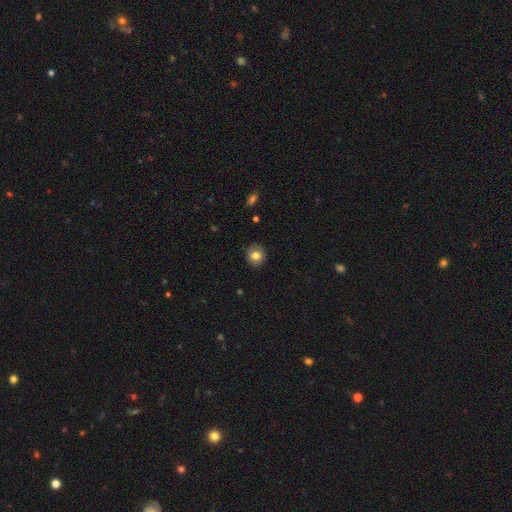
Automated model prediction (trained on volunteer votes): The model was most divided on "smooth or featured": smooth: 81%, featured or disk: 10%, star or artifact: 9%. More confident: merging — none (89%); how rounded — round (87%).